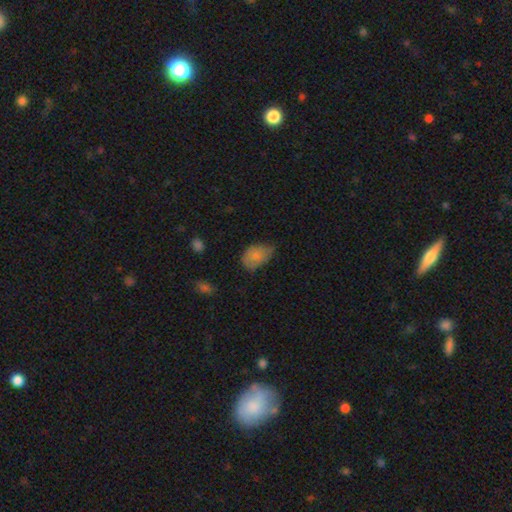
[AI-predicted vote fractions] smooth-or-featured: smooth: 77% | featured or disk: 14% | star or artifact: 8%
  how-rounded: in between: 82% | round: 17% | cigar-shaped: 1%
  merging: minor disturbance: 48% | none: 34% | major disturbance: 16% | merger: 3%